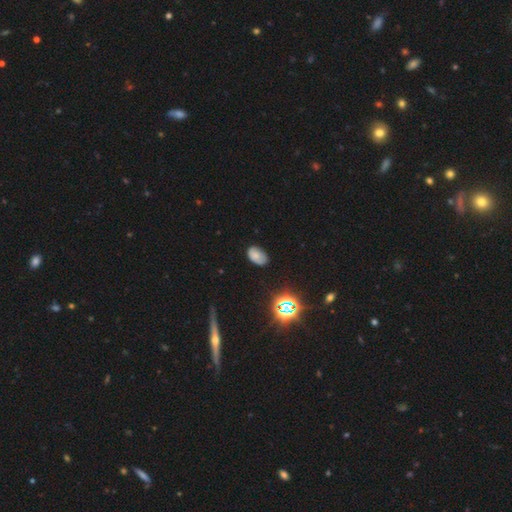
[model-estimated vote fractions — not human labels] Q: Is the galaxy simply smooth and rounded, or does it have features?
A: smooth — 70%.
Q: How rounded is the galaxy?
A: in between — 90%.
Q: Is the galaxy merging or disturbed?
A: none — 70%.